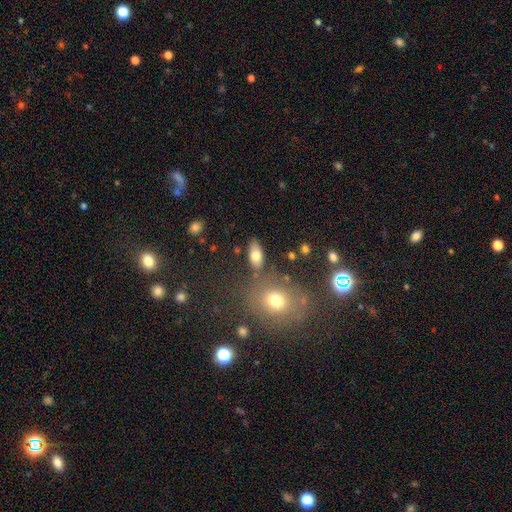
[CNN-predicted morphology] Smooth or featured? smooth (77%)
How rounded? in between (89%)
Merging? none (77%)